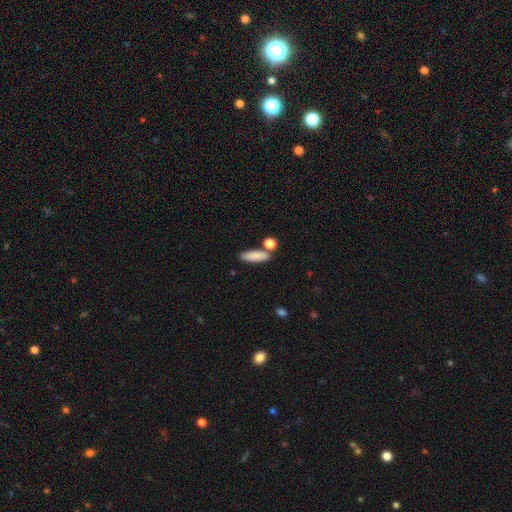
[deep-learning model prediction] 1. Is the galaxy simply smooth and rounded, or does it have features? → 86% smooth, 8% featured or disk, 7% star or artifact.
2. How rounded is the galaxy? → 49% cigar-shaped, 47% in between, 4% round.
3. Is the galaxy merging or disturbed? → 71% none, 14% merger, 11% minor disturbance, 3% major disturbance.